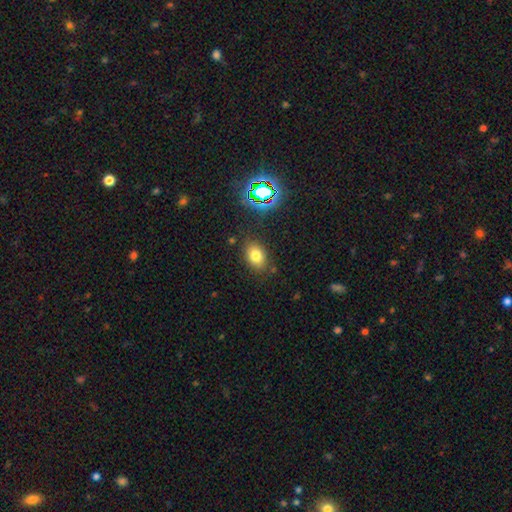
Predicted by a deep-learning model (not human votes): Smooth or featured? smooth (75%)
How rounded? in between (73%)
Merging? none (82%)